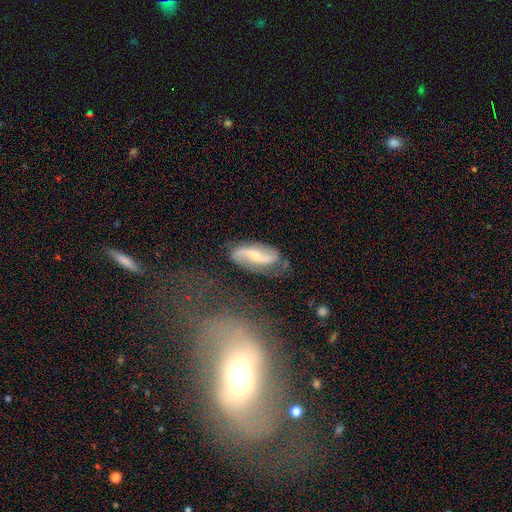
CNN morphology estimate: The model was most divided on "bar": weak: 38%, no: 34%, strong: 28%. More confident: edge-on disk — no (94%); spiral arms — yes (94%); spiral arm count — 2 (92%); smooth or featured — featured or disk (81%); merging — none (74%); spiral winding — loose (62%); bulge size — small (52%).